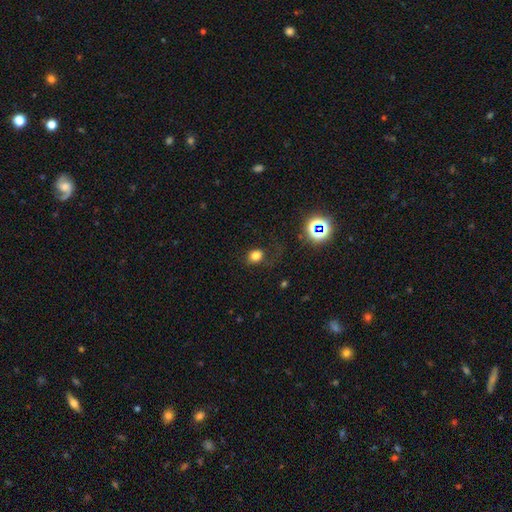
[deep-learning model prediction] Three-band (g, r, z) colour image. It shows a smooth galaxy with no disk features (76%) that is round (56%). Merging: none (67%).